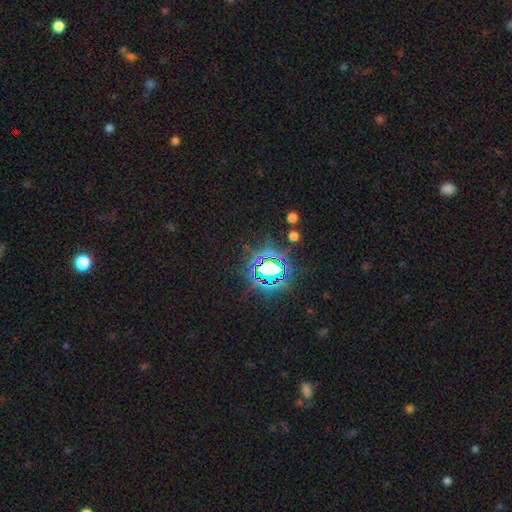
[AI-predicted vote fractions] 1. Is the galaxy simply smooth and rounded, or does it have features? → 81% star or artifact, 12% smooth, 7% featured or disk.